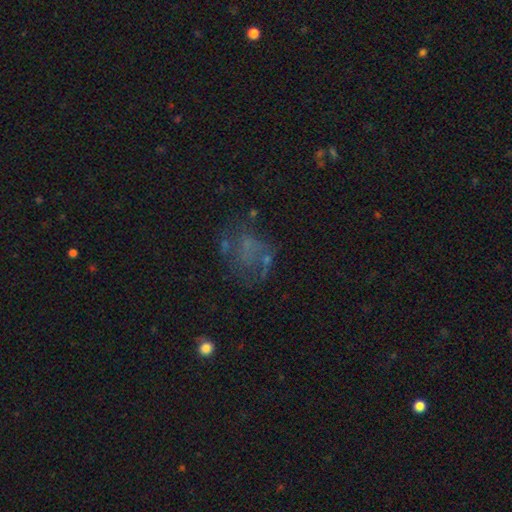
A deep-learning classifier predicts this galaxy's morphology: A featured or disk galaxy (45%).

Vote fractions:
- Smooth or featured? featured or disk: 45% / smooth: 32% / star or artifact: 23%
- Merging? none: 46% / major disturbance: 28% / minor disturbance: 19% / merger: 7%